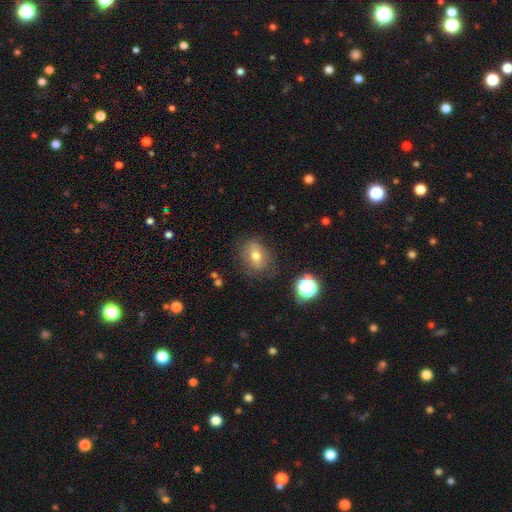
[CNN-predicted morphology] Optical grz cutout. It shows a smooth galaxy with no disk features (67%) that is in between round and cigar-shaped (59%). Merging: none (75%).